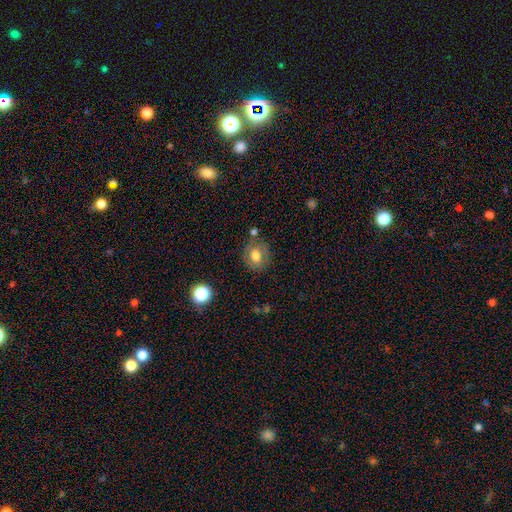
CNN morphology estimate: type=smooth (69%); roundness=round (69%); merging=none (75%).